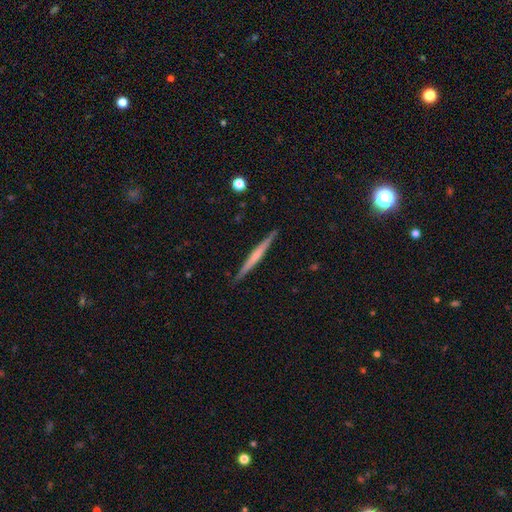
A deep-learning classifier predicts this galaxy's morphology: This is possibly a featured or disk galaxy (57%). It is clearly viewed edge-on (98%). Edge-on bulge: possibly none (58%). Merging: clearly none (91%).